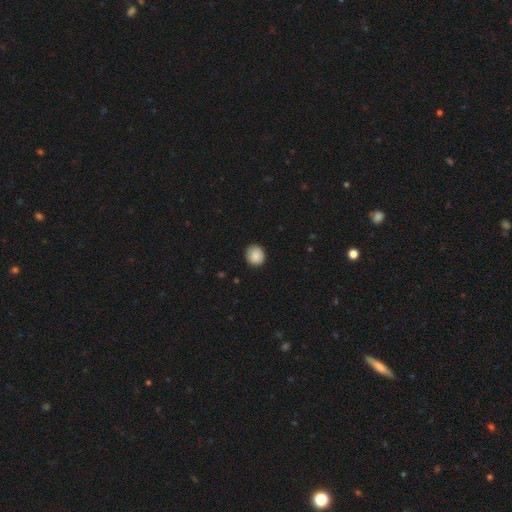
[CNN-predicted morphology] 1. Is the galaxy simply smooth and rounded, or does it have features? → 87% smooth, 7% star or artifact, 6% featured or disk.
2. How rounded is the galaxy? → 84% round, 15% in between, 1% cigar-shaped.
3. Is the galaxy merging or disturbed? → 86% none, 11% minor disturbance, 2% major disturbance, 1% merger.